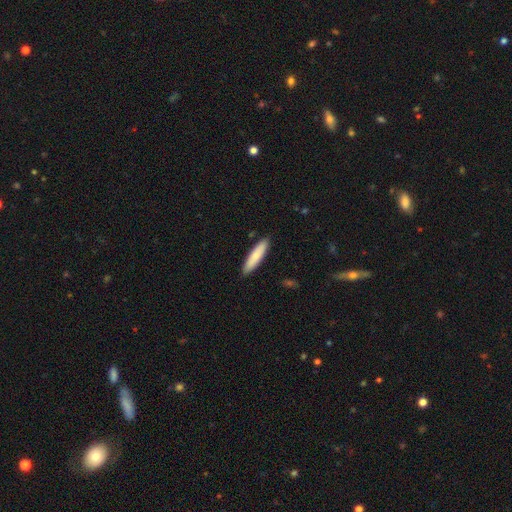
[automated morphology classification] A smooth galaxy with no disk features (79%) that is cigar-shaped (79%).

Vote fractions:
- Smooth or featured? smooth: 79% / featured or disk: 16% / star or artifact: 5%
- How rounded? cigar-shaped: 79% / in between: 19% / round: 1%
- Merging? none: 90% / minor disturbance: 7% / major disturbance: 1% / merger: 1%